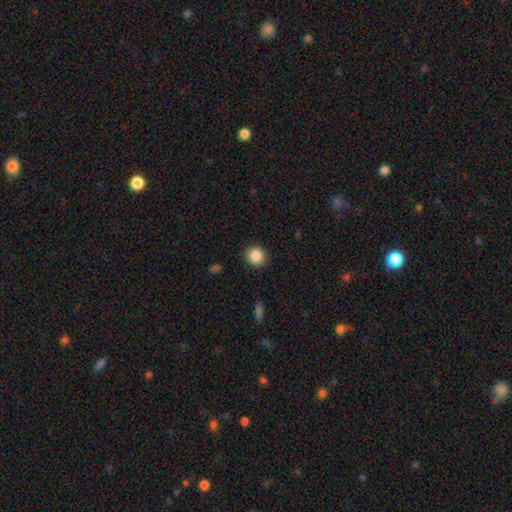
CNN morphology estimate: type=smooth (86%); roundness=round (88%); merging=none (91%).